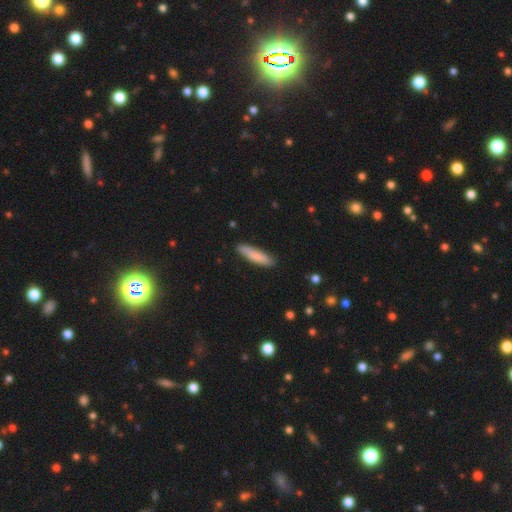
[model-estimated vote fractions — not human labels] Overall: smooth (80%). How rounded: cigar-shaped (78%). Merging: none (86%).